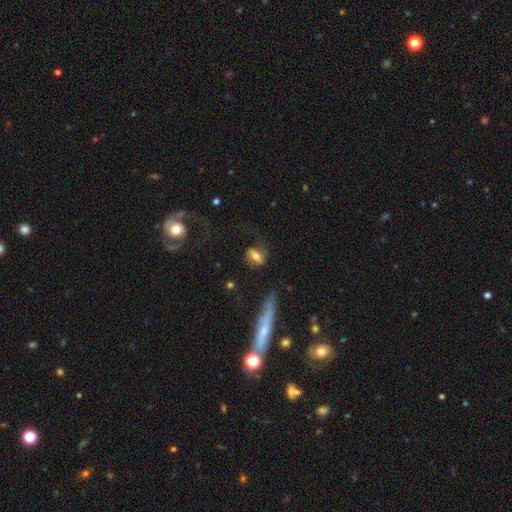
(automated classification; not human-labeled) Smooth or featured?
  - featured or disk: 49% *
  - smooth: 42%
  - star or artifact: 9%
Merging?
  - none: 51% *
  - major disturbance: 25%
  - minor disturbance: 19%
  - merger: 5%